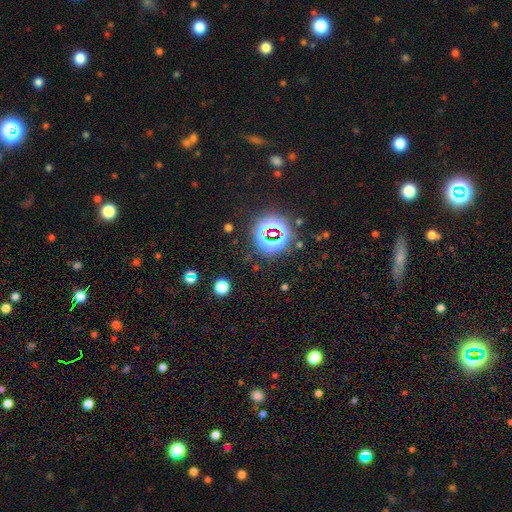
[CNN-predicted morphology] A star or artifact, not a galaxy (81%).

Vote fractions:
- Smooth or featured? star or artifact: 81% / smooth: 11% / featured or disk: 8%